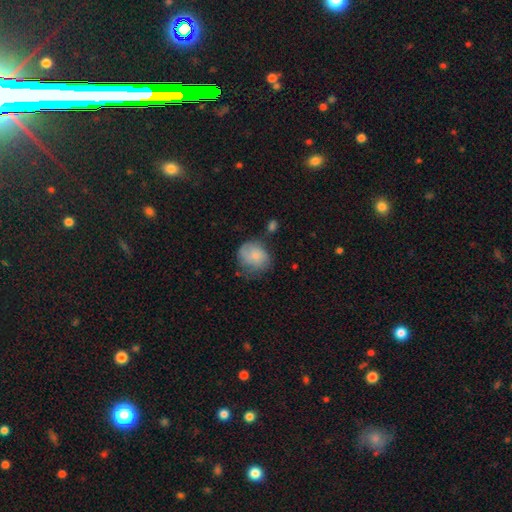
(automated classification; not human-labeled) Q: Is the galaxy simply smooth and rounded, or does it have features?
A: smooth — 72%.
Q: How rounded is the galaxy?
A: round — 72%.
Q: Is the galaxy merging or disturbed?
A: none — 49%.